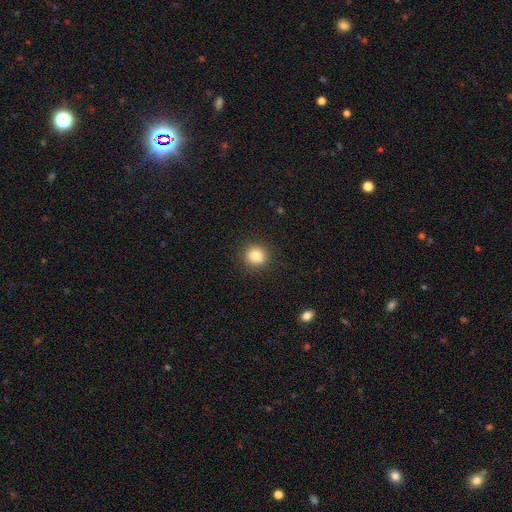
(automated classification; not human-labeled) This appears to be a smooth galaxy with no disk features (82%) that is round (88%). Merging: none (88%).